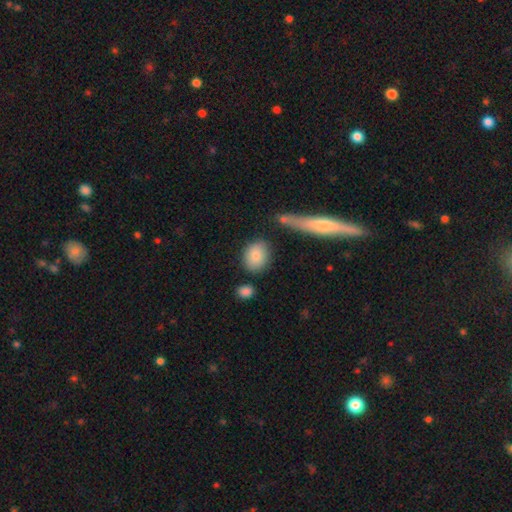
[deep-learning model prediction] A smooth galaxy with no disk features (83%) that is round (53%).

Vote fractions:
- Smooth or featured? smooth: 83% / featured or disk: 9% / star or artifact: 7%
- How rounded? round: 53% / in between: 44% / cigar-shaped: 3%
- Merging? none: 78% / minor disturbance: 12% / merger: 7% / major disturbance: 4%